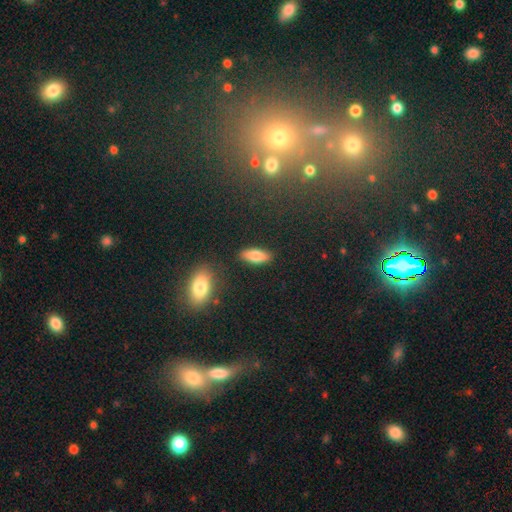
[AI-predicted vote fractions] A smooth galaxy with no disk features (80%) that is in between round and cigar-shaped (73%).

Vote fractions:
- Smooth or featured? smooth: 80% / featured or disk: 14% / star or artifact: 7%
- How rounded? in between: 73% / cigar-shaped: 25% / round: 3%
- Merging? none: 87% / minor disturbance: 9% / merger: 2% / major disturbance: 2%